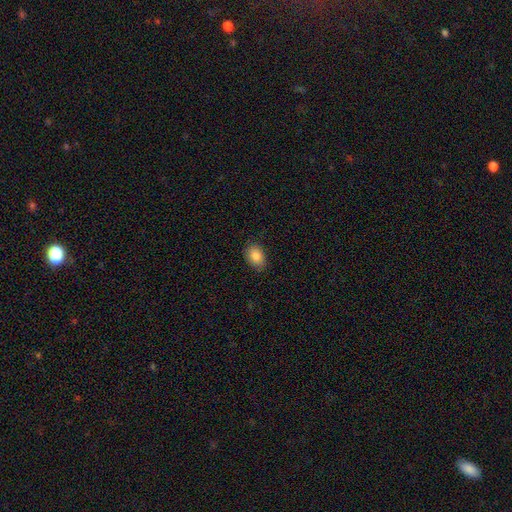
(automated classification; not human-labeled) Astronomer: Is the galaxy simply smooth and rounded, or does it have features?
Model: smooth — 87%.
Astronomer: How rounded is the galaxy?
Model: in between — 80%.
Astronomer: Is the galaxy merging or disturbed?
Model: none — 84%.